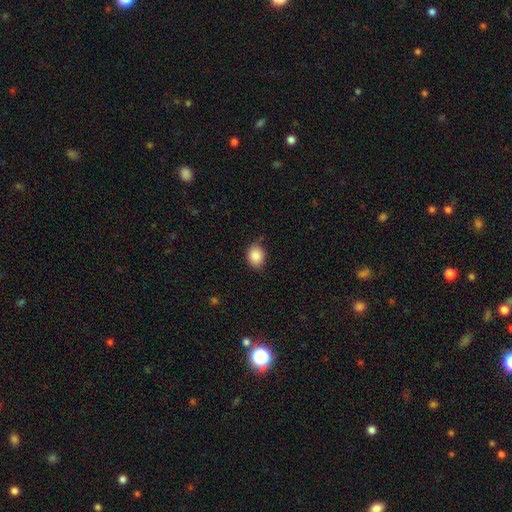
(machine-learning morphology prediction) A smooth galaxy with no disk features (88%) that is round (51%).

Vote fractions:
- Smooth or featured? smooth: 88% / star or artifact: 8% / featured or disk: 4%
- How rounded? round: 51% / in between: 48% / cigar-shaped: 1%
- Merging? none: 79% / minor disturbance: 17% / major disturbance: 3% / merger: 1%